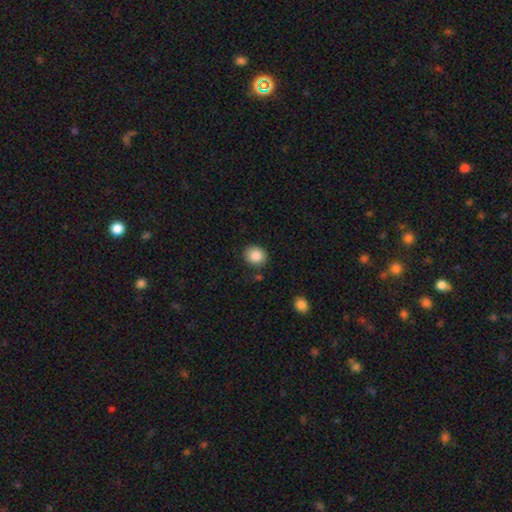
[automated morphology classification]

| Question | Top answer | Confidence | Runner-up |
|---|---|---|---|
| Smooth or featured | smooth | 87% | star or artifact (8%) |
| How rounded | round | 76% | in between (23%) |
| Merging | none | 85% | minor disturbance (10%) |